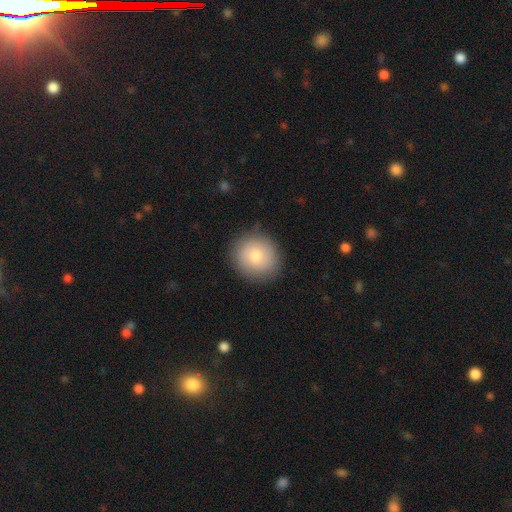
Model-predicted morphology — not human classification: Smooth or featured? Predicted: smooth (p=0.76). How rounded? Predicted: round (p=0.87). Merging? Predicted: none (p=0.85).